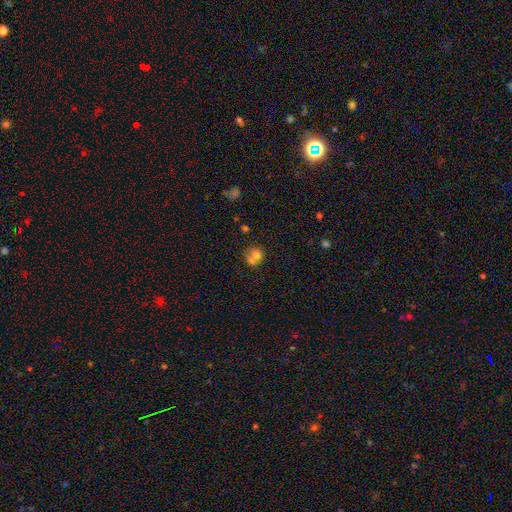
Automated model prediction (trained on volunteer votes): This is likely a smooth galaxy (69%). How rounded: likely round (76%). Merging: possibly merger (49%).